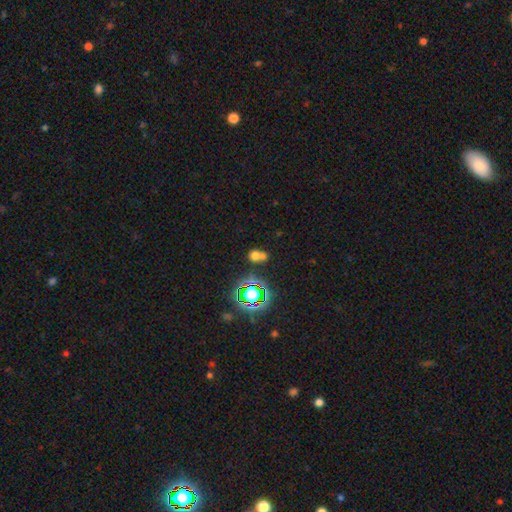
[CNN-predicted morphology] Smooth or featured? smooth (60%)
How rounded? round (63%)
Merging? merger (47%)